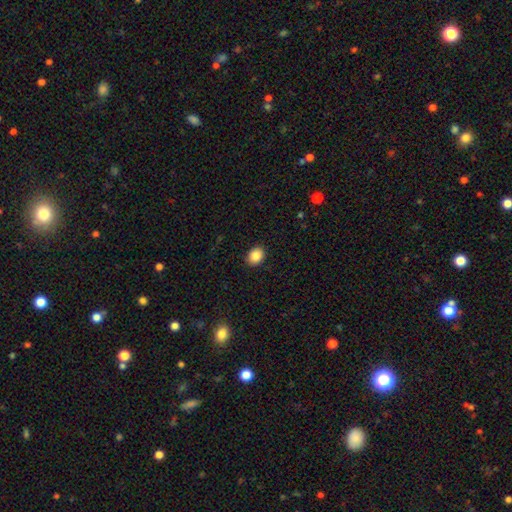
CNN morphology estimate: Smooth or featured? smooth (87%)
How rounded? round (50%)
Merging? none (90%)